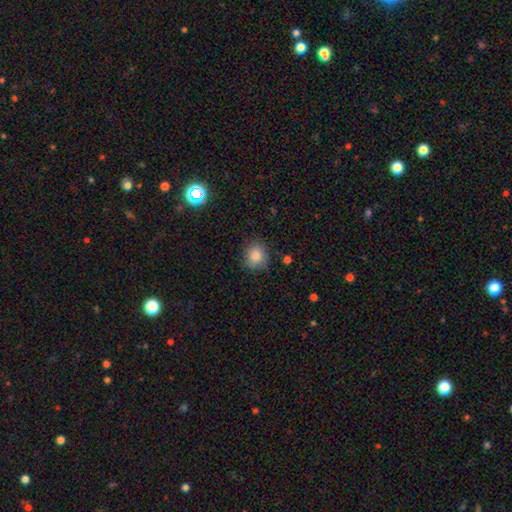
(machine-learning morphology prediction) Smooth or featured? Predicted: smooth (p=0.84). How rounded? Predicted: round (p=0.77). Merging? Predicted: none (p=0.83).